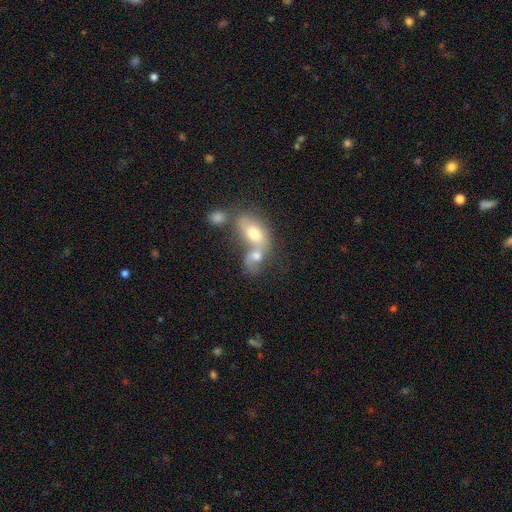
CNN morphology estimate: Smooth or featured? Predicted: smooth (p=0.59). How rounded? Predicted: in between (p=0.75). Merging? Predicted: merger (p=0.73).